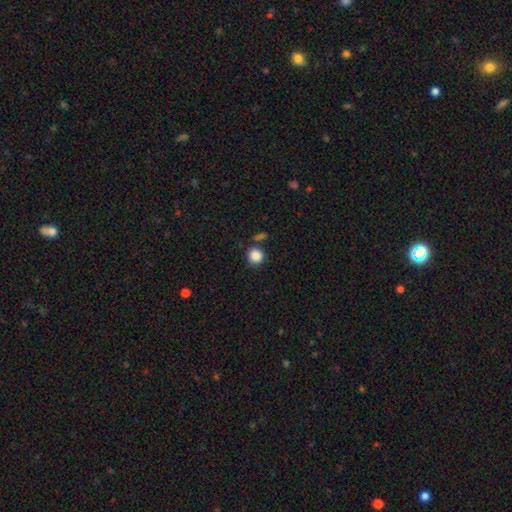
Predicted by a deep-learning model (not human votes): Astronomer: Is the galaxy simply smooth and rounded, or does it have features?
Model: smooth — 87%.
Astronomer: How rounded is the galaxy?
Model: round — 90%.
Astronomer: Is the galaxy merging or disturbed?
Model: none — 78%.